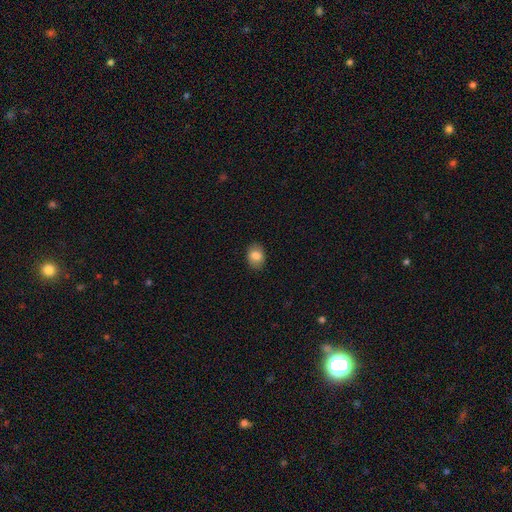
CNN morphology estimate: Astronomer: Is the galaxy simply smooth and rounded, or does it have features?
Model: smooth — 84%.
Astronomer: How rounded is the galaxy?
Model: in between — 69%.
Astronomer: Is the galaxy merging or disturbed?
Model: none — 86%.